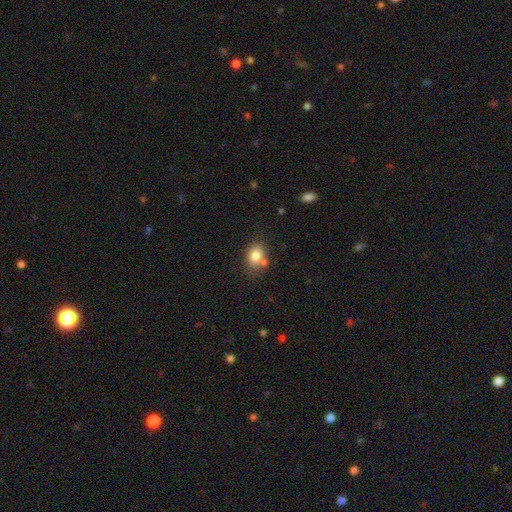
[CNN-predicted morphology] This appears to be a smooth galaxy with no disk features (80%) that is in between round and cigar-shaped (68%). Merging: none (61%).